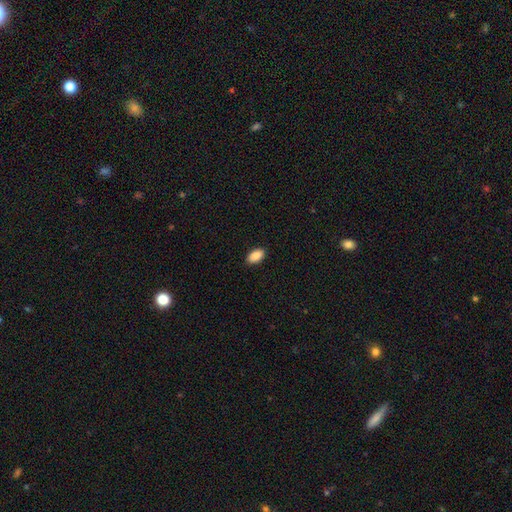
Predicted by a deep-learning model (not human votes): Smooth or featured?
  - smooth: 90% *
  - star or artifact: 7%
  - featured or disk: 3%
How rounded?
  - in between: 94% *
  - round: 4%
  - cigar-shaped: 3%
Merging?
  - none: 89% *
  - minor disturbance: 8%
  - major disturbance: 2%
  - merger: 1%